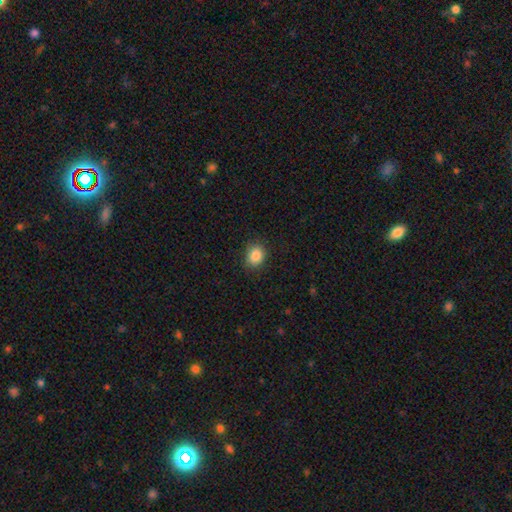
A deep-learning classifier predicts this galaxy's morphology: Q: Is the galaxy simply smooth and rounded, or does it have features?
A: smooth — 86%.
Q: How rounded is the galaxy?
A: round — 54%.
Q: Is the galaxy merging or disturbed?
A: none — 85%.